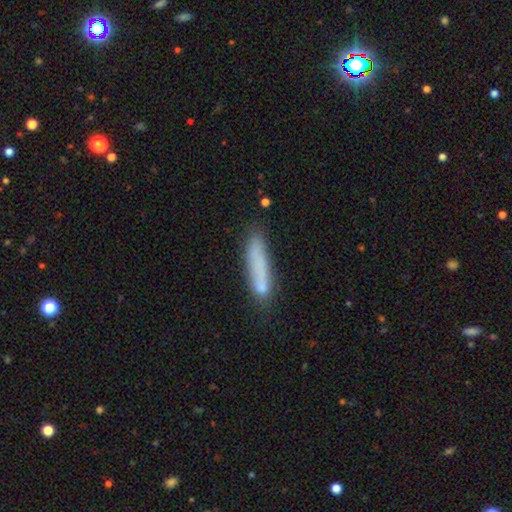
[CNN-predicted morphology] The model was most divided on "merging": none: 61%, minor disturbance: 22%, merger: 9%, major disturbance: 8%. More confident: how rounded — cigar-shaped (79%); smooth or featured — smooth (73%).